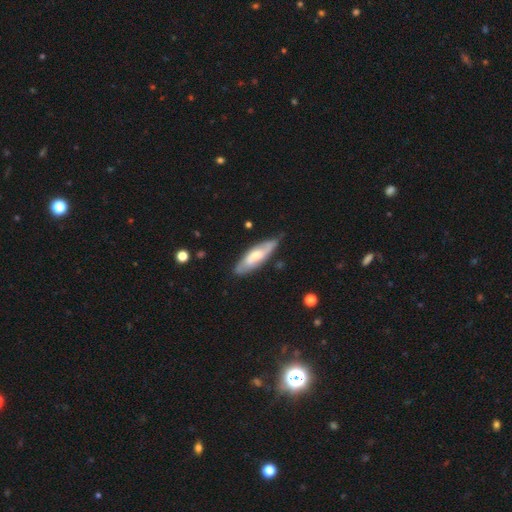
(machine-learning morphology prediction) A featured or disk galaxy (50%).

Vote fractions:
- Smooth or featured? featured or disk: 50% / smooth: 44% / star or artifact: 5%
- Edge-on disk? no: 67% / yes: 33%
- Merging? none: 74% / minor disturbance: 21% / major disturbance: 4% / merger: 2%